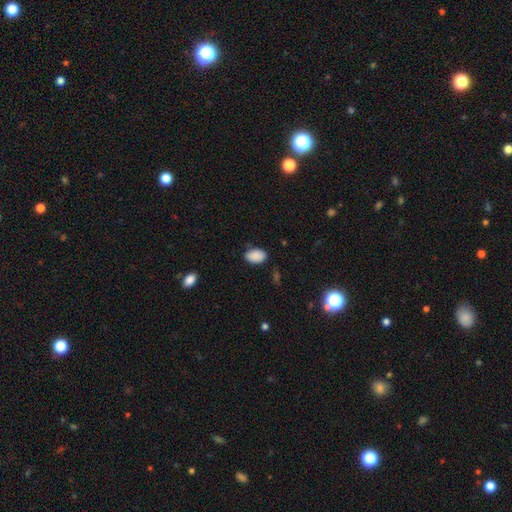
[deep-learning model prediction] A smooth galaxy with no disk features (89%) that is in between round and cigar-shaped (91%). Merging: none (79%).